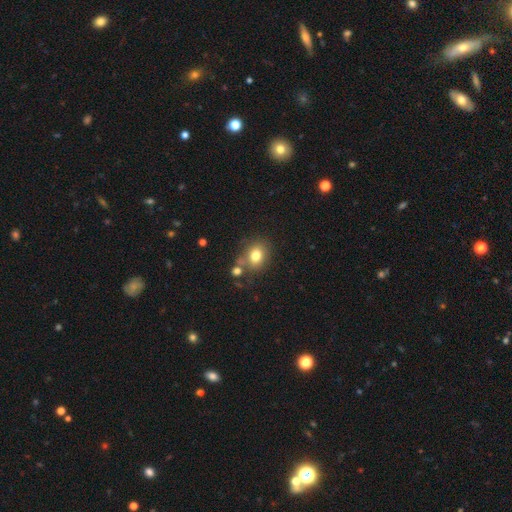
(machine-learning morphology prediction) type=smooth (78%); roundness=round (58%); merging=none (63%).